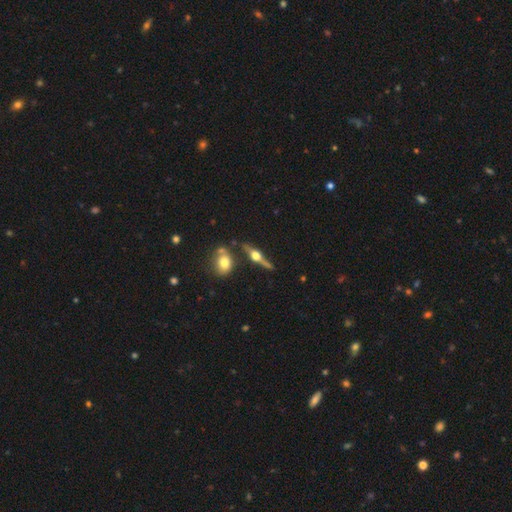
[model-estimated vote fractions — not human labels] A featured or disk galaxy (81%) viewed edge-on (96%) with a rounded central bulge (96%). Merging: none (78%).